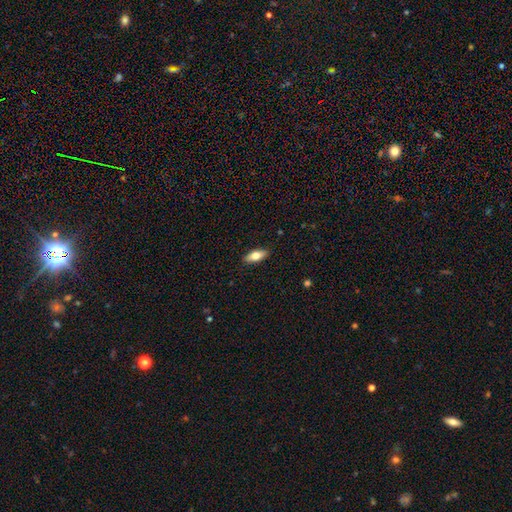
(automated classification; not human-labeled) smooth-or-featured: smooth: 71% | featured or disk: 23% | star or artifact: 6%
  how-rounded: in between: 76% | cigar-shaped: 21% | round: 3%
  merging: none: 89% | minor disturbance: 8% | major disturbance: 2% | merger: 1%